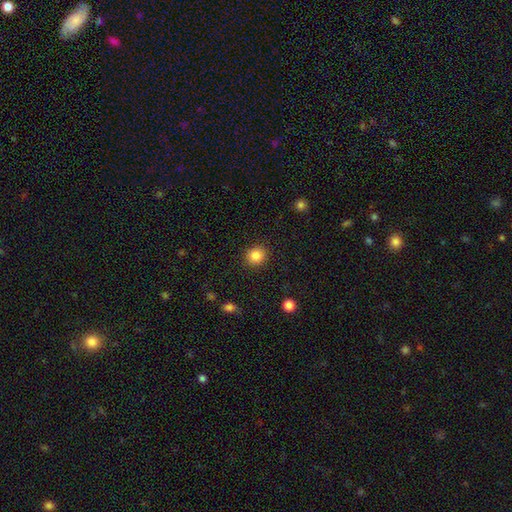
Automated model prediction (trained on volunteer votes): Smooth or featured? smooth (85%)
How rounded? round (83%)
Merging? none (89%)